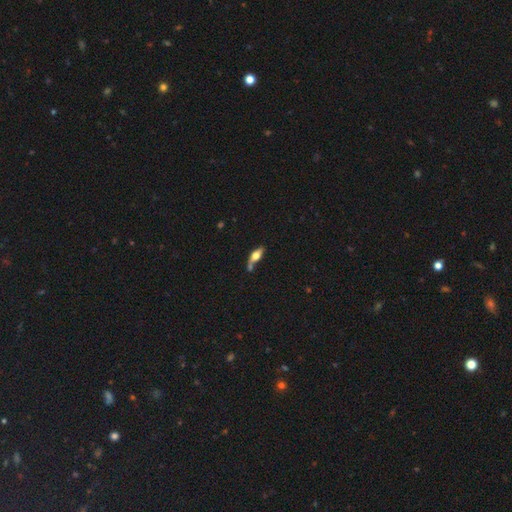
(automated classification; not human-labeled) Q: Smooth or featured?
A: smooth (51%); runner-up: featured or disk (42%)
Q: How rounded?
A: in between (65%); runner-up: cigar-shaped (31%)
Q: Merging?
A: none (52%); runner-up: minor disturbance (22%)